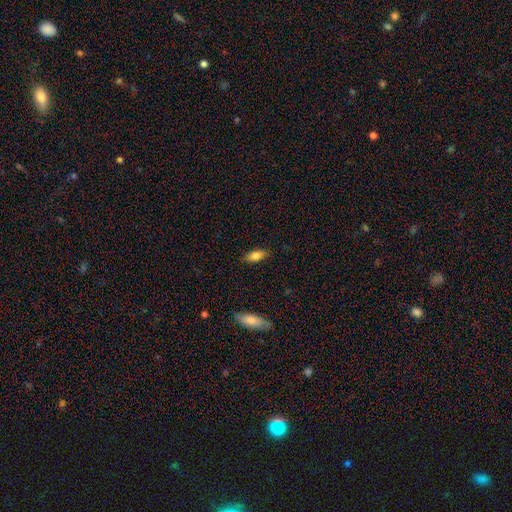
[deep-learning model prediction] Overall: smooth (81%). How rounded: in between (79%). Merging: none (85%).